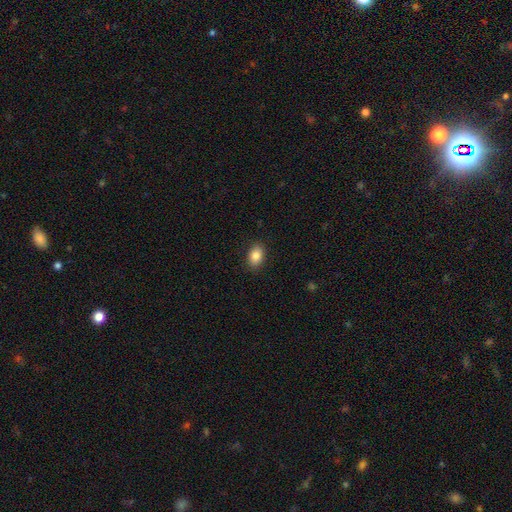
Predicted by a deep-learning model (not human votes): Q: Smooth or featured?
A: smooth (85%); runner-up: star or artifact (8%)
Q: How rounded?
A: in between (83%); runner-up: round (16%)
Q: Merging?
A: none (89%); runner-up: minor disturbance (8%)